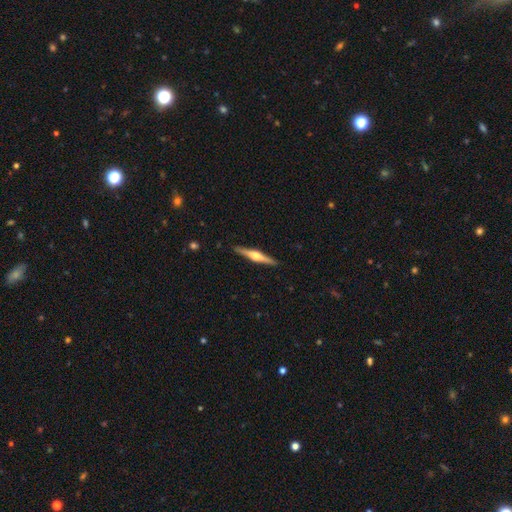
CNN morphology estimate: A featured or disk galaxy (72%) viewed edge-on (98%) with a rounded central bulge (93%). Merging: none (91%).